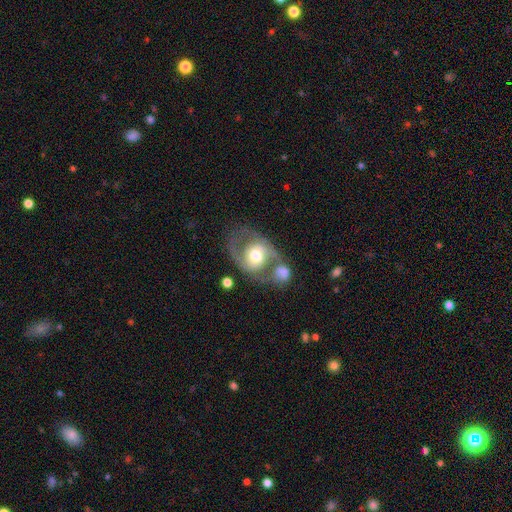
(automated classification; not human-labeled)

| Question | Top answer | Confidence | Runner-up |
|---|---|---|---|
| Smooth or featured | featured or disk | 70% | smooth (24%) |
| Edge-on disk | no | 96% | yes (4%) |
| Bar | no | 57% | weak (31%) |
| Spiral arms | yes | 73% | no (27%) |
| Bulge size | moderate | 64% | large (24%) |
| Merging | none | 41% | merger (27%) |